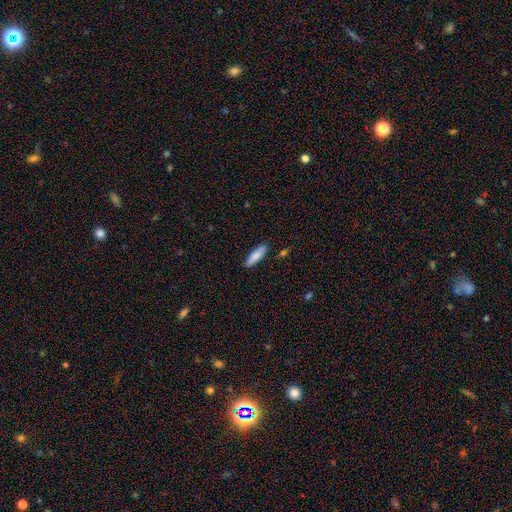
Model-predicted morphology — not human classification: type=smooth (84%); roundness=cigar-shaped (65%); merging=none (86%).